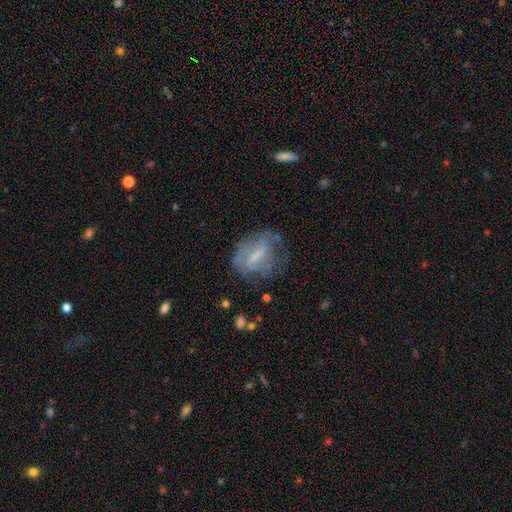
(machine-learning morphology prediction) smooth_or_featured: featured or disk (p=0.50) [alt: smooth p=0.40]
disk_edge_on: no (p=0.94) [alt: yes p=0.06]
merging: none (p=0.49) [alt: minor disturbance p=0.26]